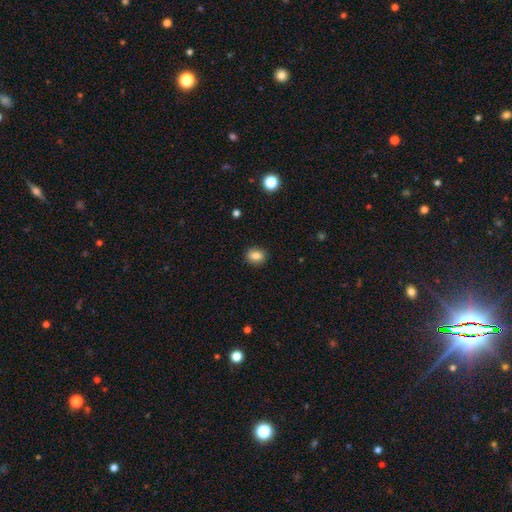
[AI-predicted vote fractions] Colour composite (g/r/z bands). It shows a smooth galaxy with no disk features (81%) that is round (59%). Merging: none (87%).